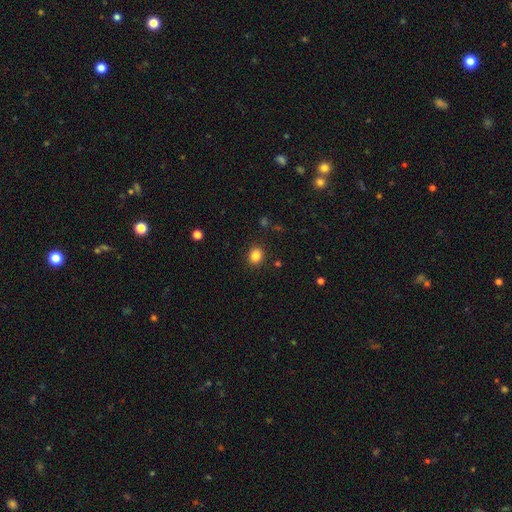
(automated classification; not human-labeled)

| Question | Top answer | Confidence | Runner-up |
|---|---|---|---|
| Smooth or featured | smooth | 85% | star or artifact (10%) |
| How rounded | round | 63% | in between (36%) |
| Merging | none | 88% | minor disturbance (8%) |